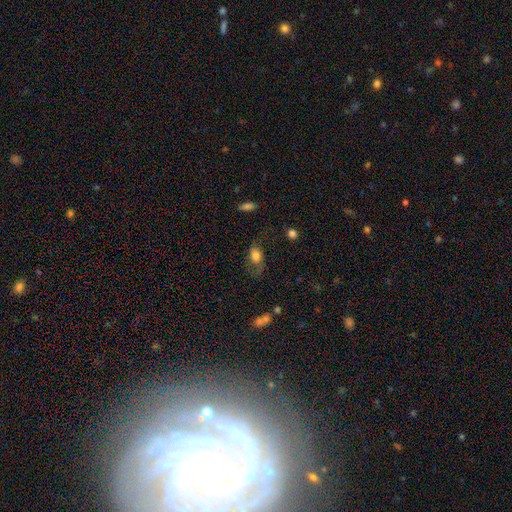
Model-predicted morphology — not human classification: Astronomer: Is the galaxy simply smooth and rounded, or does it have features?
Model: smooth — 65%.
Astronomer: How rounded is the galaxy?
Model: in between — 72%.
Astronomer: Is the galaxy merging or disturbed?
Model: none — 48% (runner-up: minor disturbance, 26%).